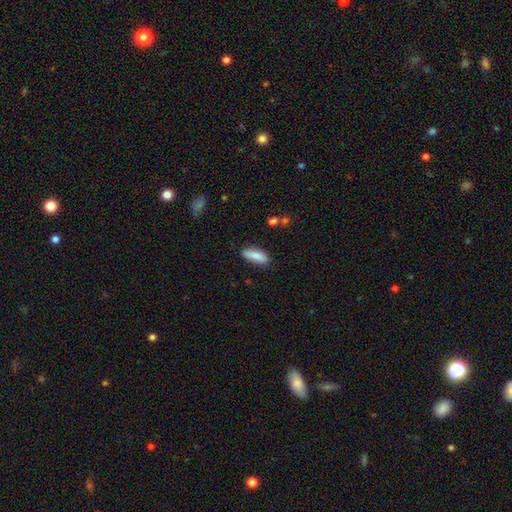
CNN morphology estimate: A smooth galaxy with no disk features (86%) that is in between round and cigar-shaped (61%).

Vote fractions:
- Smooth or featured? smooth: 86% / featured or disk: 8% / star or artifact: 6%
- How rounded? in between: 61% / cigar-shaped: 37% / round: 2%
- Merging? none: 81% / minor disturbance: 14% / major disturbance: 3% / merger: 2%